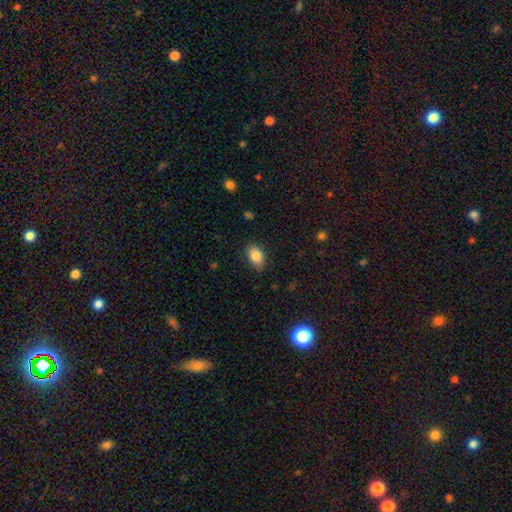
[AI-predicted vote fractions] Smooth or featured: smooth — 84% (star or artifact — 8%)
How rounded: in between — 86% (round — 13%)
Merging: none — 81% (minor disturbance — 15%)